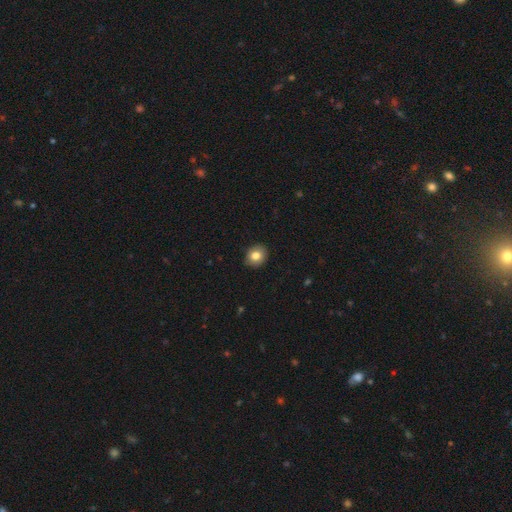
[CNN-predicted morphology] smooth_or_featured: smooth (p=0.81) [alt: featured or disk p=0.10]
how_rounded: round (p=0.66) [alt: in between p=0.33]
merging: none (p=0.87) [alt: minor disturbance p=0.10]